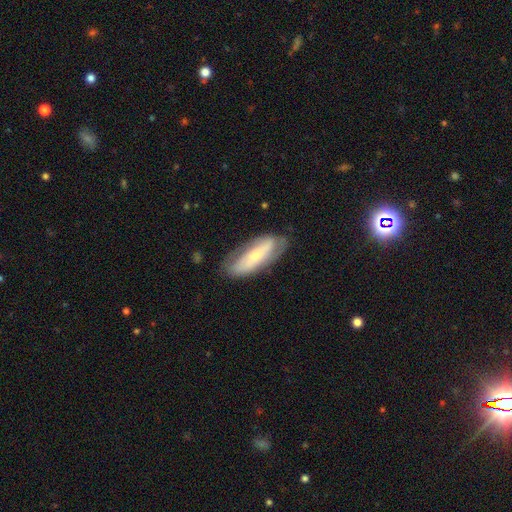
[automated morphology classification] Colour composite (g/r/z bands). It shows a featured or disk galaxy (54%). Merging: none (71%).